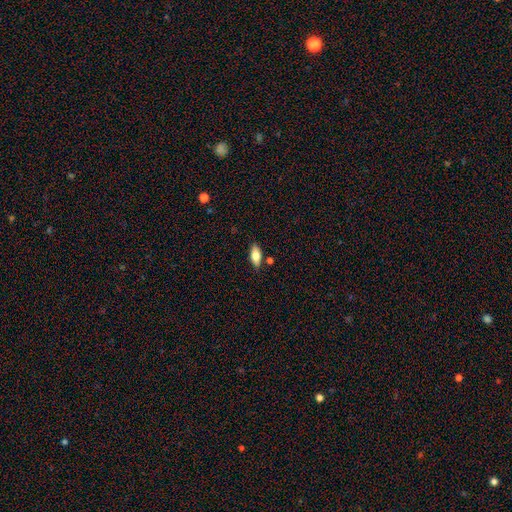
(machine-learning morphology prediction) type=smooth (74%); roundness=in between (82%); merging=none (81%).